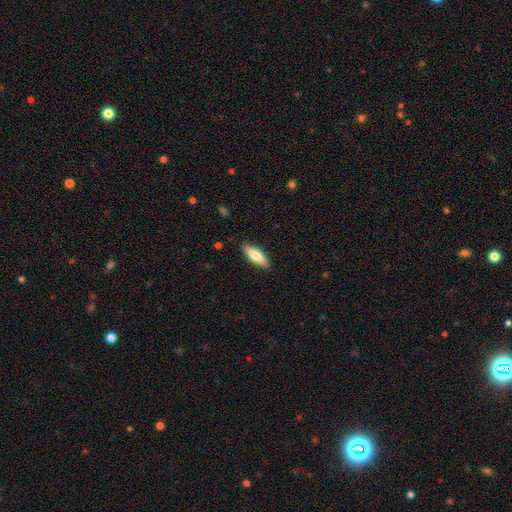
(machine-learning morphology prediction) A smooth galaxy with no disk features (75%) that is in between round and cigar-shaped (61%).

Vote fractions:
- Smooth or featured? smooth: 75% / featured or disk: 19% / star or artifact: 6%
- How rounded? in between: 61% / cigar-shaped: 37% / round: 2%
- Merging? none: 88% / minor disturbance: 9% / major disturbance: 2% / merger: 1%